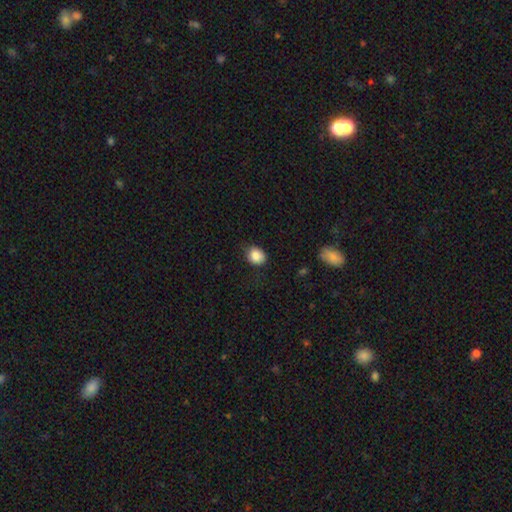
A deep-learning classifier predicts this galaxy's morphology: Smooth or featured? Predicted: smooth (p=0.85). How rounded? Predicted: round (p=0.59). Merging? Predicted: none (p=0.71).